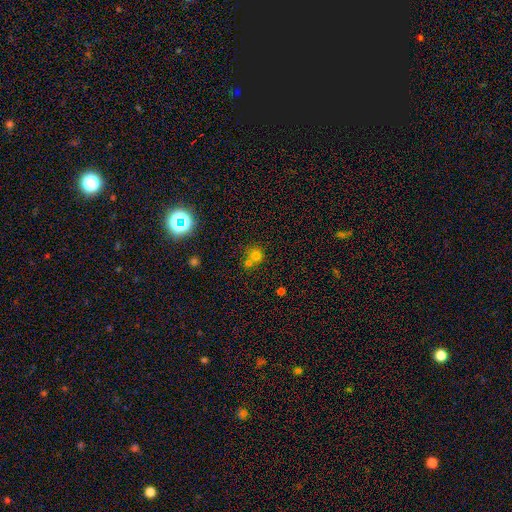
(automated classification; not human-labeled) Smooth or featured?
  - smooth: 71% *
  - star or artifact: 19%
  - featured or disk: 11%
How rounded?
  - round: 86% *
  - in between: 13%
  - cigar-shaped: 1%
Merging?
  - none: 48% *
  - merger: 42%
  - minor disturbance: 8%
  - major disturbance: 3%